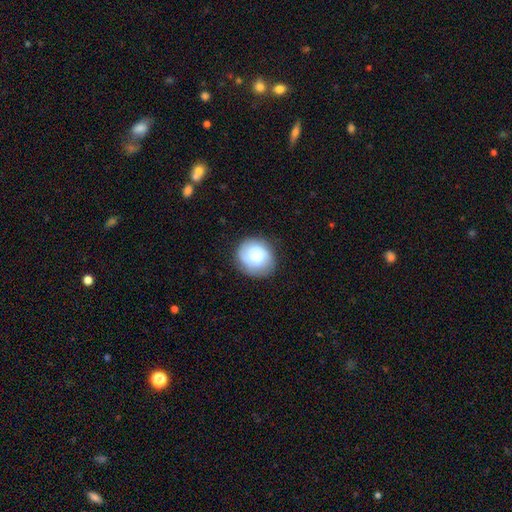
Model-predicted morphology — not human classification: A smooth galaxy with no disk features (62%) that is round (78%). Merging: none (79%).